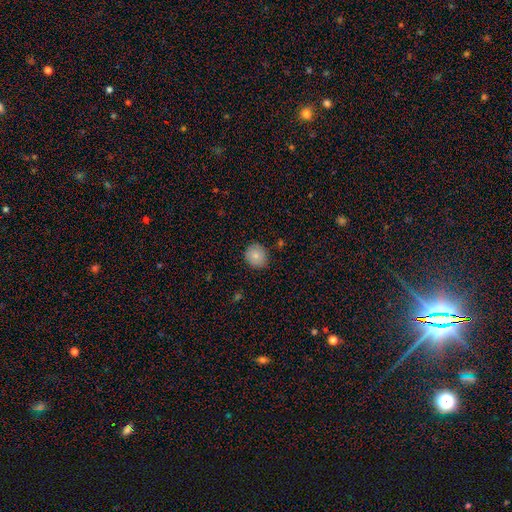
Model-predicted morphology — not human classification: A smooth galaxy with no disk features (79%) that is round (76%). Merging: none (84%).